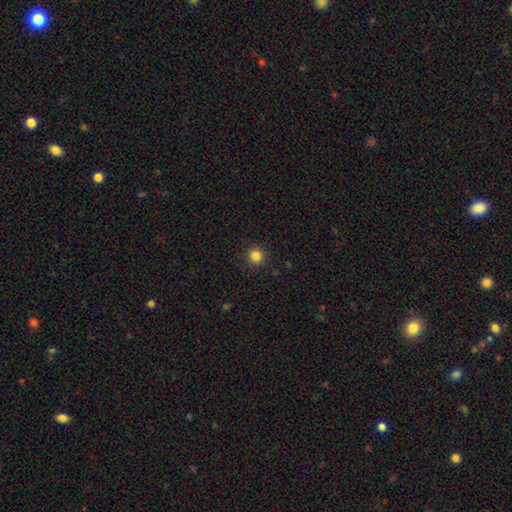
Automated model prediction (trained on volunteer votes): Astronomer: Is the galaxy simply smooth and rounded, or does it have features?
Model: smooth — 84%.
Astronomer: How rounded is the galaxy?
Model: round — 94%.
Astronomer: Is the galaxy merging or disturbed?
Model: none — 91%.